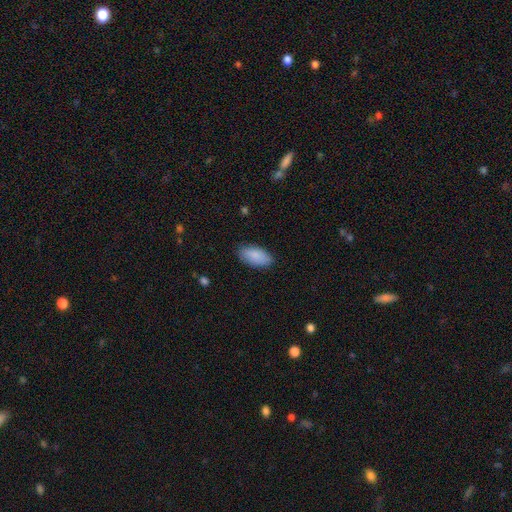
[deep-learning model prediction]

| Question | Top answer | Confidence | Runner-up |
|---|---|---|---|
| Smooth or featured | smooth | 88% | featured or disk (6%) |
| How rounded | in between | 93% | cigar-shaped (5%) |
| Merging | none | 86% | minor disturbance (11%) |